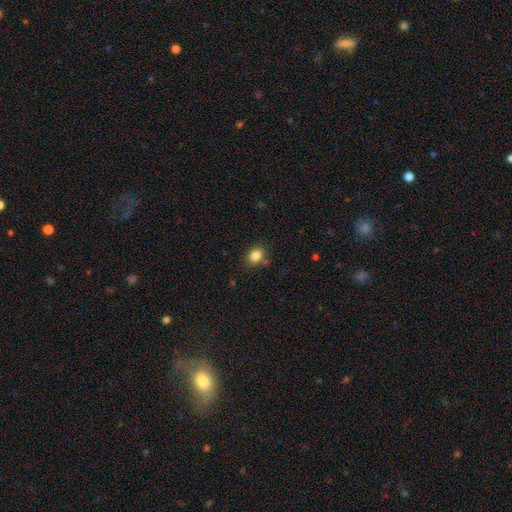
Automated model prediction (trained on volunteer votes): Overall: smooth (84%). How rounded: round (54%; in between 45%). Merging: none (78%).